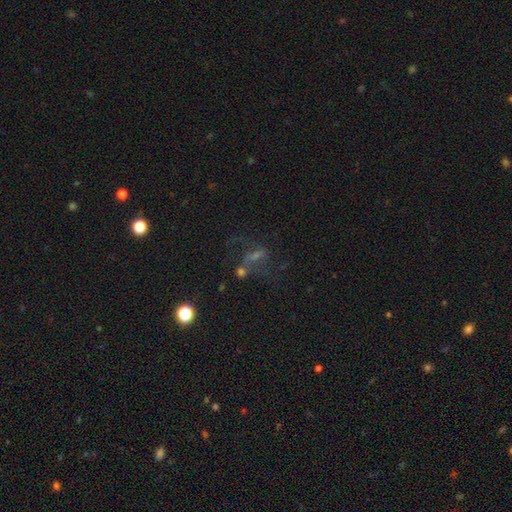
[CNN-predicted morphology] type=featured or disk (50%); merging=none (44%).